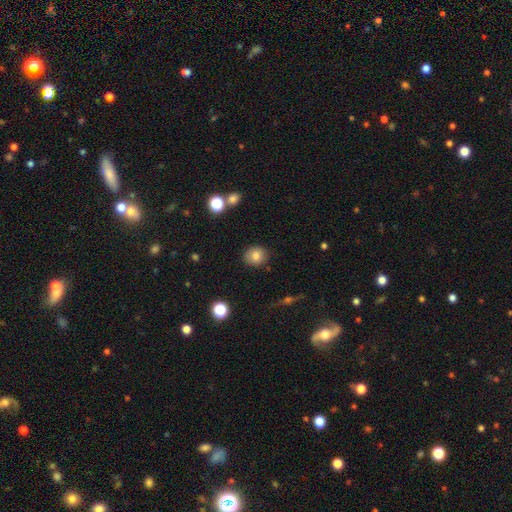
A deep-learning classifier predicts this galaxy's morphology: type=smooth (81%); roundness=round (77%); merging=none (87%).